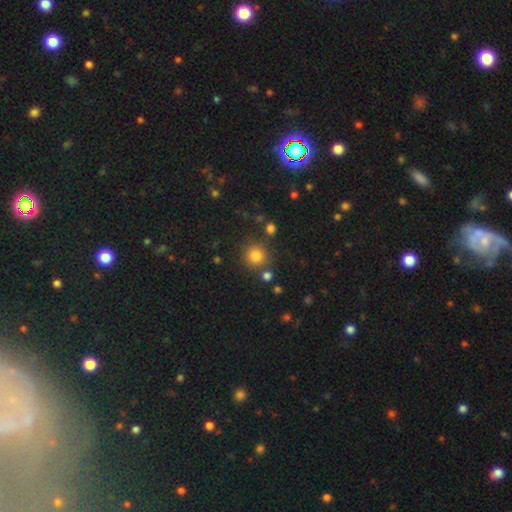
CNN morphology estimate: smooth_or_featured: smooth (p=0.81) [alt: star or artifact p=0.13]
how_rounded: round (p=0.93) [alt: in between p=0.06]
merging: none (p=0.80) [alt: minor disturbance p=0.09]